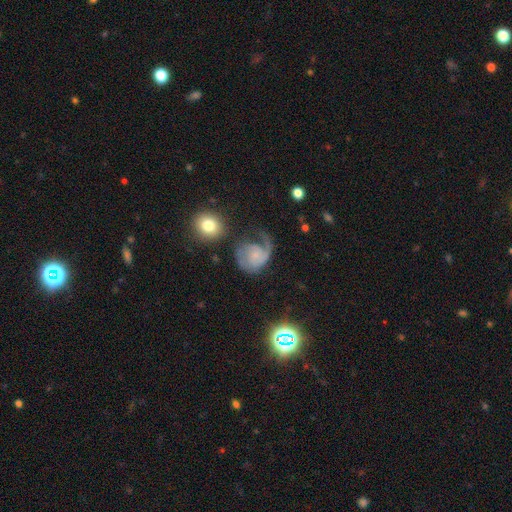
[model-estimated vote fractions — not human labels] Smooth or featured?
  - featured or disk: 72% *
  - smooth: 21%
  - star or artifact: 7%
Edge-on disk?
  - no: 98% *
  - yes: 2%
Bar?
  - no: 73% *
  - weak: 23%
  - strong: 3%
Spiral arms?
  - yes: 92% *
  - no: 8%
Spiral winding?
  - medium: 38% *
  - loose: 31%
  - tight: 31%
Spiral arm count?
  - 1: 63% *
  - 2: 24%
  - can't tell: 7%
  - 3: 3%
  - 4: 1%
  - more than 4: 1%
Bulge size?
  - small: 60% *
  - moderate: 19%
  - none: 17%
  - large: 3%
  - dominant: 2%
Merging?
  - major disturbance: 40% *
  - none: 34%
  - minor disturbance: 21%
  - merger: 5%